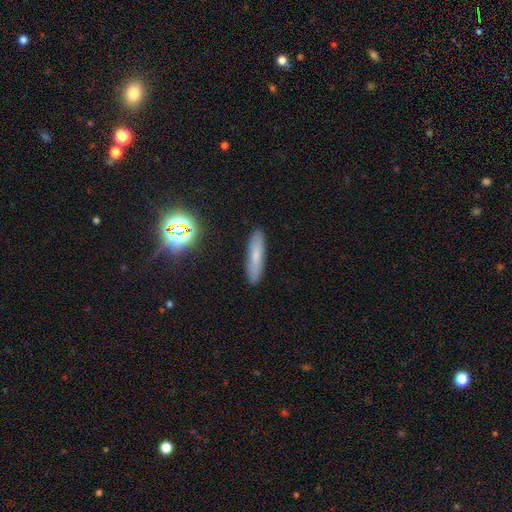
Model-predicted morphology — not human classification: Smooth or featured? smooth (67%)
How rounded? cigar-shaped (81%)
Merging? none (89%)